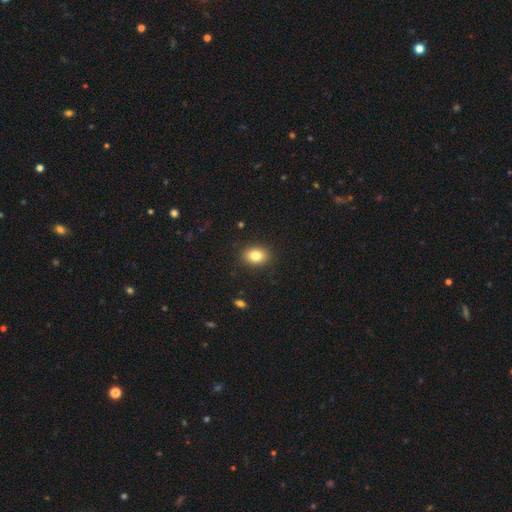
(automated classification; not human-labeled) Smooth or featured?
  - smooth: 82% *
  - star or artifact: 10%
  - featured or disk: 8%
How rounded?
  - in between: 63% *
  - round: 36%
  - cigar-shaped: 1%
Merging?
  - none: 89% *
  - minor disturbance: 8%
  - major disturbance: 2%
  - merger: 1%